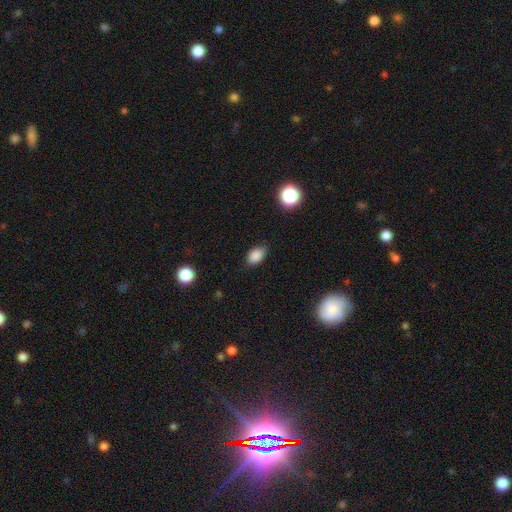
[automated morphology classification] This is clearly a smooth galaxy (86%). How rounded: clearly in between (87%). Merging: likely none (79%).